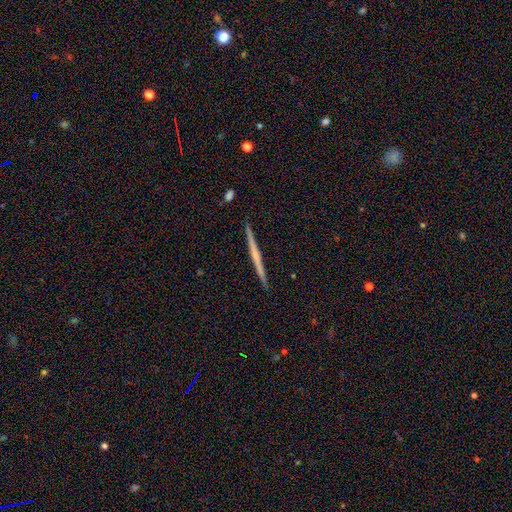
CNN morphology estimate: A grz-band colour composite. It shows a featured or disk galaxy (59%) viewed edge-on (98%) with no central bulge (77%). Merging: none (93%).